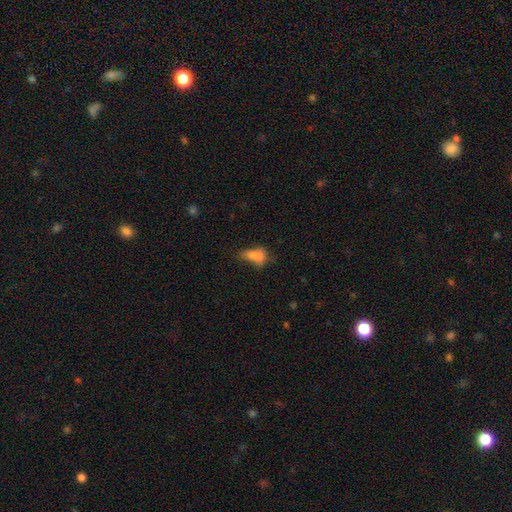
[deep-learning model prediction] Smooth or featured? smooth (70%)
How rounded? in between (78%)
Merging? merger (37%)